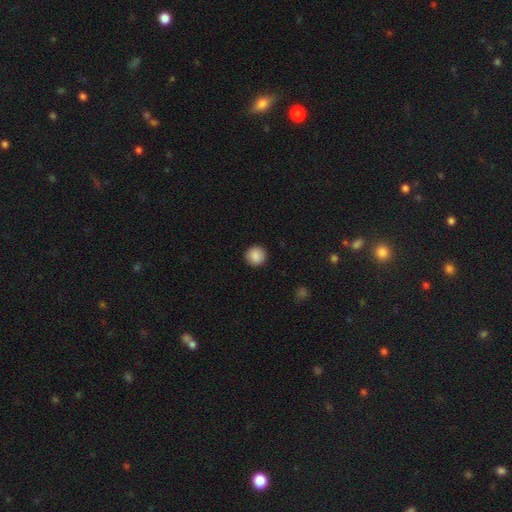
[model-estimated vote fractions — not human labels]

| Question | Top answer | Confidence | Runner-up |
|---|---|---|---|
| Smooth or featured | smooth | 88% | star or artifact (8%) |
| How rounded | round | 93% | in between (6%) |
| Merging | none | 91% | minor disturbance (6%) |